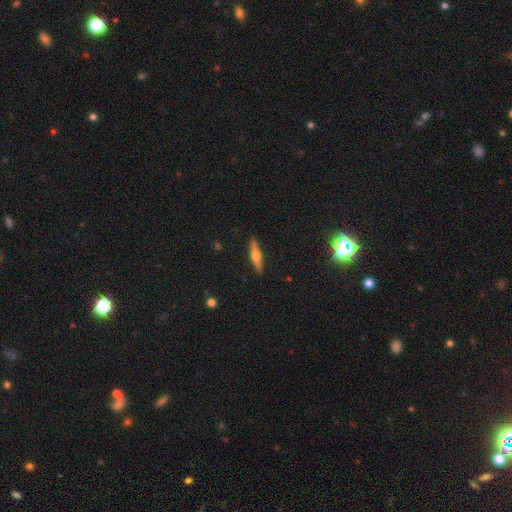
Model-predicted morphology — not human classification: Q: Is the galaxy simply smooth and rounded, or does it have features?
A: featured or disk — 60%.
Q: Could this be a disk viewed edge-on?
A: yes — 96%.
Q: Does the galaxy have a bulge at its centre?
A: rounded — 93%.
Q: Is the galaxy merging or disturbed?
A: none — 90%.